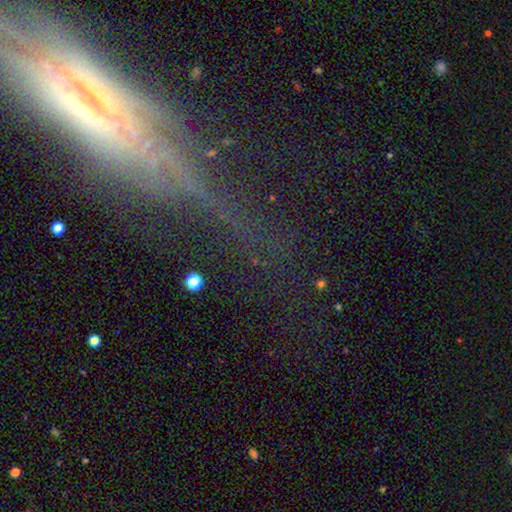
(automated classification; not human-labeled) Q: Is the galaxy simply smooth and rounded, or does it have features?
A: featured or disk — 46%.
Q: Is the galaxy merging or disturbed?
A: none — 59%.